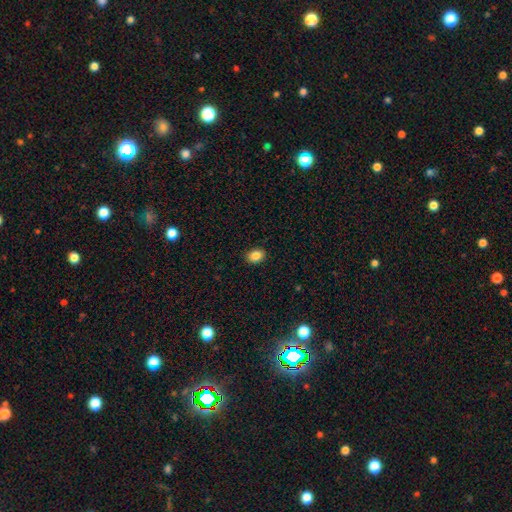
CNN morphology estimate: Smooth or featured? Predicted: smooth (p=0.86). How rounded? Predicted: in between (p=0.68). Merging? Predicted: none (p=0.89).